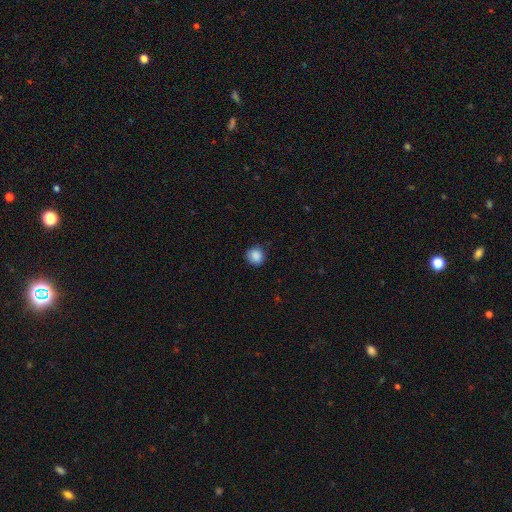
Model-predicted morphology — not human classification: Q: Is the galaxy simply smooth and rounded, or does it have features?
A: smooth — 88%.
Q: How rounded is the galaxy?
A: round — 86%.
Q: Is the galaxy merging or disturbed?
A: none — 83%.